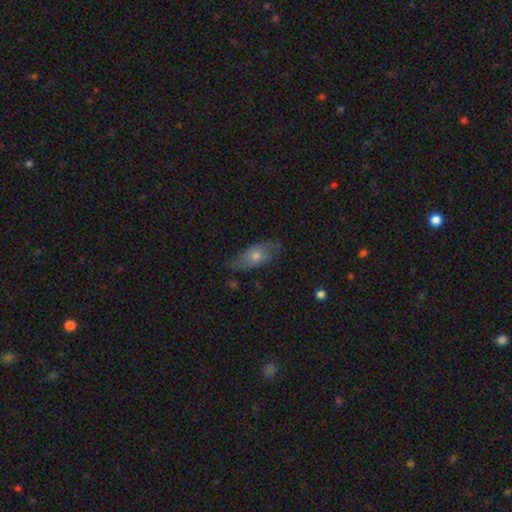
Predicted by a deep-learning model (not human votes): Smooth or featured: smooth — 48% (featured or disk — 44%)
Merging: none — 69% (minor disturbance — 23%)